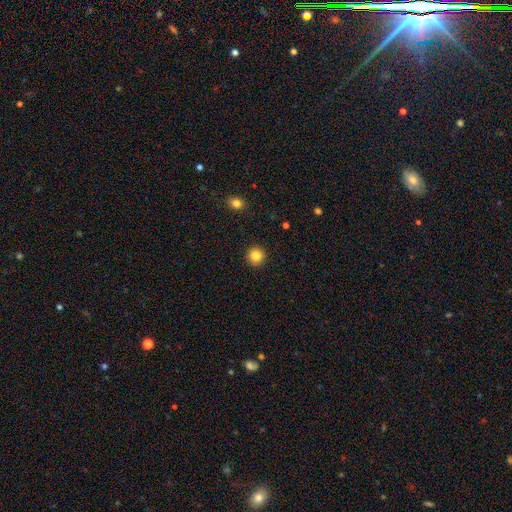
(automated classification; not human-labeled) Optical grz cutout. It shows a smooth galaxy with no disk features (84%) that is round (94%). Merging: none (93%).